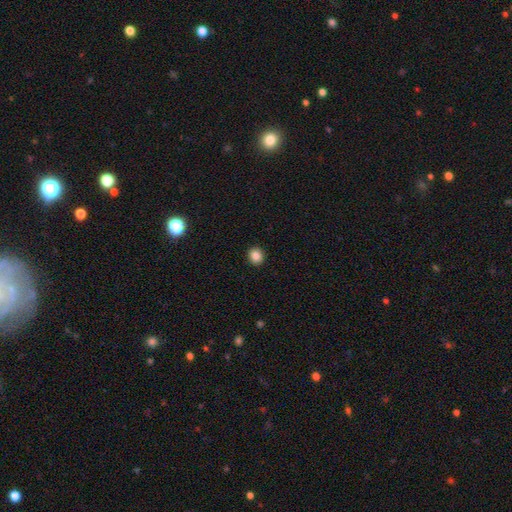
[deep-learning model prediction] Morphology: type=smooth (85%); roundness=round (79%); merging=none (92%).